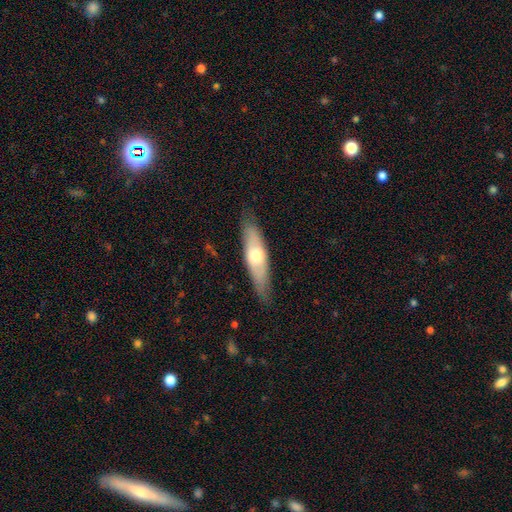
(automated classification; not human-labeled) Smooth or featured? Predicted: smooth (p=0.53). How rounded? Predicted: cigar-shaped (p=0.64). Merging? Predicted: none (p=0.82).